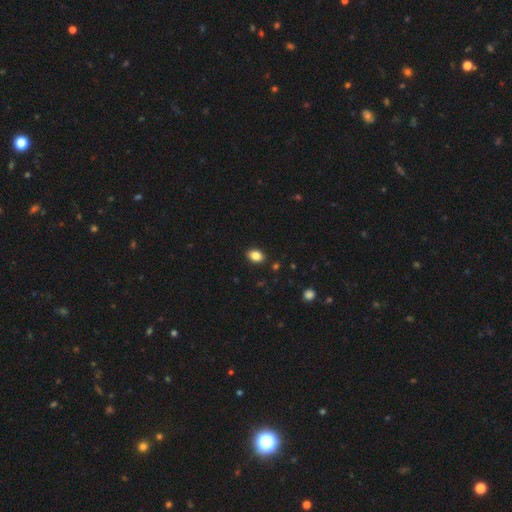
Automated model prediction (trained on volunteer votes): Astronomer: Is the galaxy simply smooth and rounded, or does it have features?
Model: smooth — 85%.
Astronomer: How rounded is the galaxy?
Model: in between — 77%.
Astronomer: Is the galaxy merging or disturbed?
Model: none — 89%.